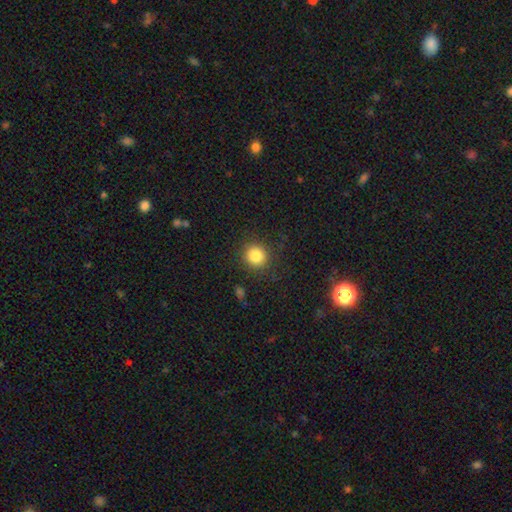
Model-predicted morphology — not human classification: This is clearly a smooth galaxy (84%). How rounded: clearly round (91%). Merging: clearly none (87%).